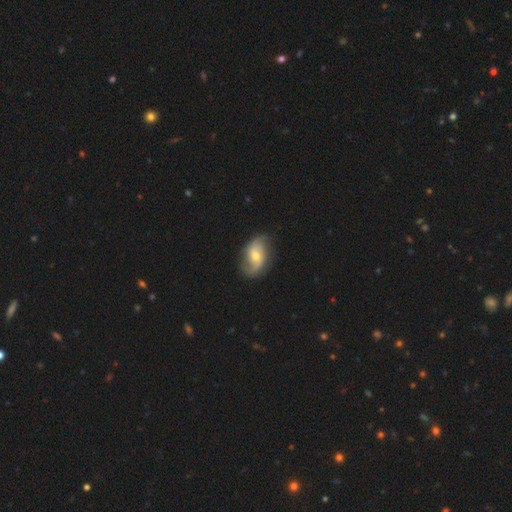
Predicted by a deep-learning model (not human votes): smooth_or_featured: featured or disk (p=0.74) [alt: smooth p=0.20]
disk_edge_on: no (p=0.96) [alt: yes p=0.04]
bar: no (p=0.48) [alt: weak p=0.40]
has_spiral_arms: yes (p=0.92) [alt: no p=0.08]
spiral_winding: loose (p=0.55) [alt: medium p=0.32]
spiral_arm_count: 2 (p=0.88) [alt: can't tell p=0.06]
bulge_size: moderate (p=0.55) [alt: small p=0.39]
merging: none (p=0.75) [alt: minor disturbance p=0.18]